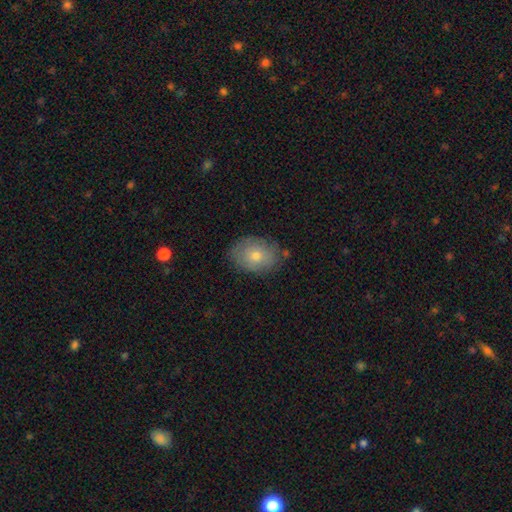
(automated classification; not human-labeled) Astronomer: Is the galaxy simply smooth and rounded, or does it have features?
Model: smooth — 68%.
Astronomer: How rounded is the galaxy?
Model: in between — 75%.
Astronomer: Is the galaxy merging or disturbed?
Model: none — 79%.